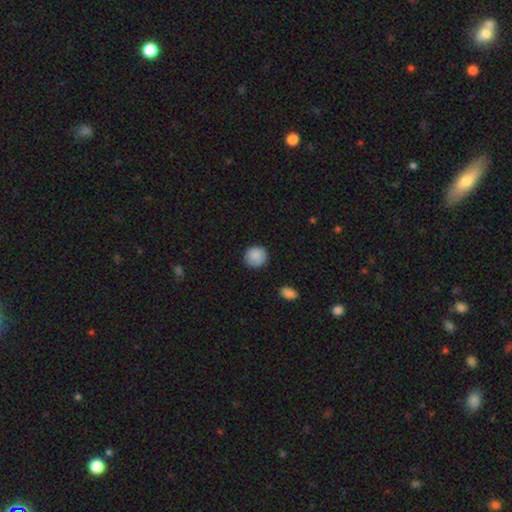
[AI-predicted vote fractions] smooth_or_featured: smooth (p=0.88) [alt: star or artifact p=0.07]
how_rounded: round (p=0.90) [alt: in between p=0.09]
merging: none (p=0.86) [alt: minor disturbance p=0.10]